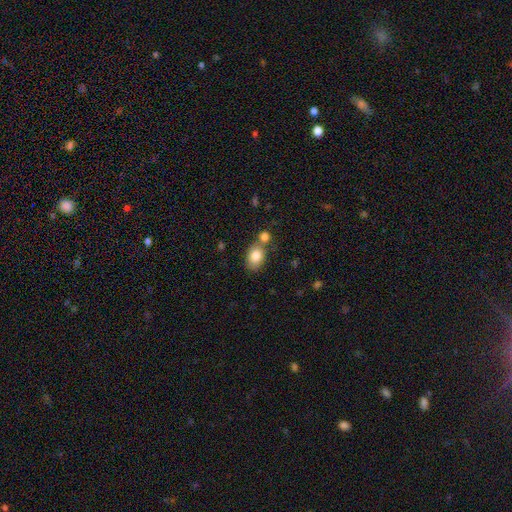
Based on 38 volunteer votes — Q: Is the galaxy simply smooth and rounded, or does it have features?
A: smooth — 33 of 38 (87%).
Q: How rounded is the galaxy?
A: in between — 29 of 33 (88%).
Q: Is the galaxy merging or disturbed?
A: merger — 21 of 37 (57%).